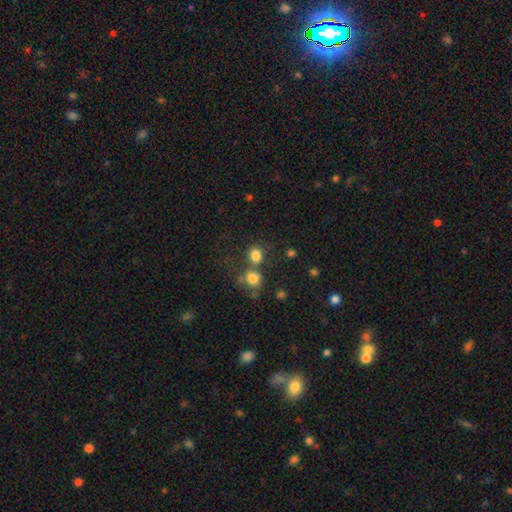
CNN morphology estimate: smooth_or_featured: smooth (p=0.80) [alt: star or artifact p=0.13]
how_rounded: round (p=0.74) [alt: in between p=0.25]
merging: none (p=0.54) [alt: merger p=0.32]